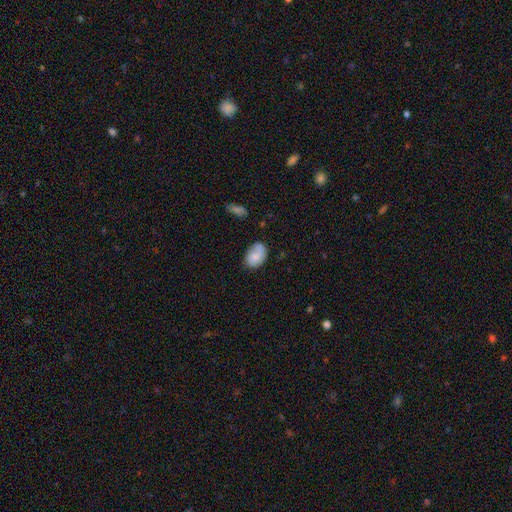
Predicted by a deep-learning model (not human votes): smooth 75%, featured or disk 18%, star or artifact 8%. Down the decision tree: how rounded — in between (80%); merging — none (61%).